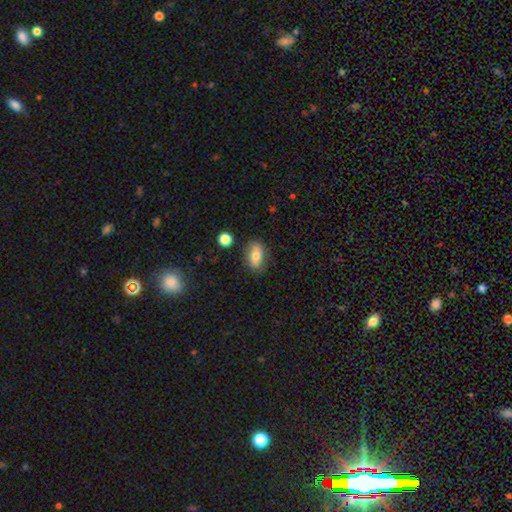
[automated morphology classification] smooth 75%, featured or disk 17%, star or artifact 8%. Down the decision tree: how rounded — in between (87%); merging — none (80%).